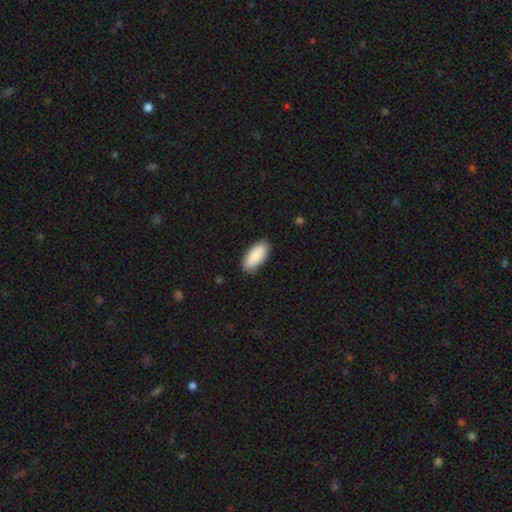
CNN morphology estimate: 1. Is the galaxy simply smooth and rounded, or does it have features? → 89% smooth, 6% featured or disk, 5% star or artifact.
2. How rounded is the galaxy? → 90% in between, 8% cigar-shaped, 2% round.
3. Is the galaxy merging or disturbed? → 87% none, 10% minor disturbance, 2% major disturbance, 1% merger.